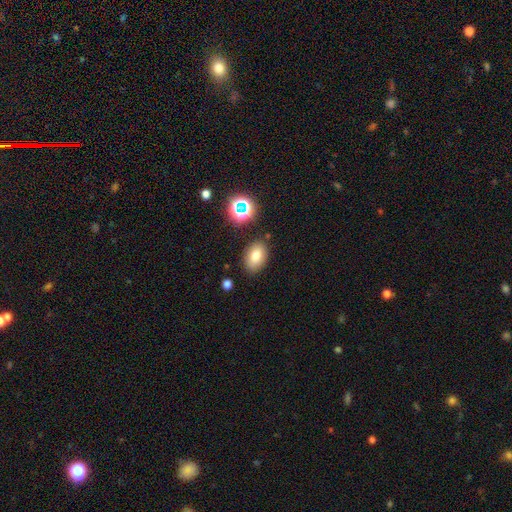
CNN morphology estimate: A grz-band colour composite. It shows a smooth galaxy with no disk features (76%) that is in between round and cigar-shaped (86%). Merging: none (83%).